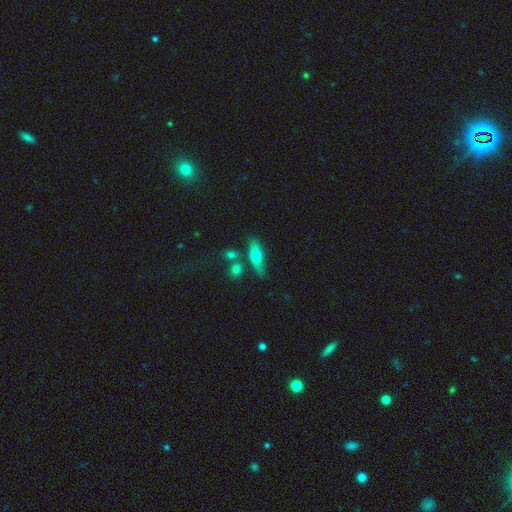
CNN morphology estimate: A smooth galaxy with no disk features (62%) that is cigar-shaped (48%, tied with in between).

Vote fractions:
- Smooth or featured? smooth: 62% / featured or disk: 31% / star or artifact: 7%
- How rounded? cigar-shaped: 48% (tied) / in between: 48% (tied) / round: 4%
- Merging? none: 70% / minor disturbance: 14% / merger: 12% / major disturbance: 4%